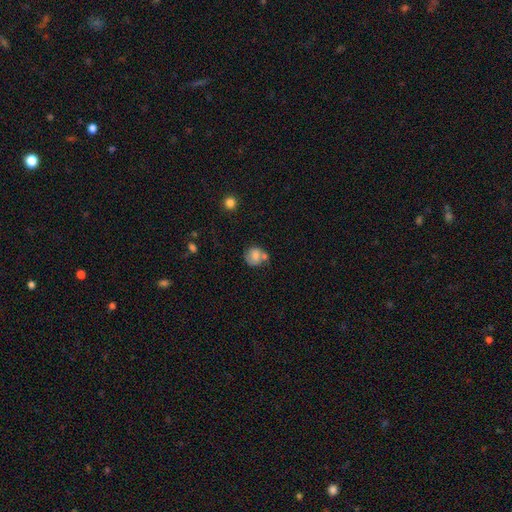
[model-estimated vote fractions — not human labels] Smooth or featured: smooth — 70% (featured or disk — 21%)
How rounded: round — 79% (in between — 20%)
Merging: none — 47% (merger — 27%)